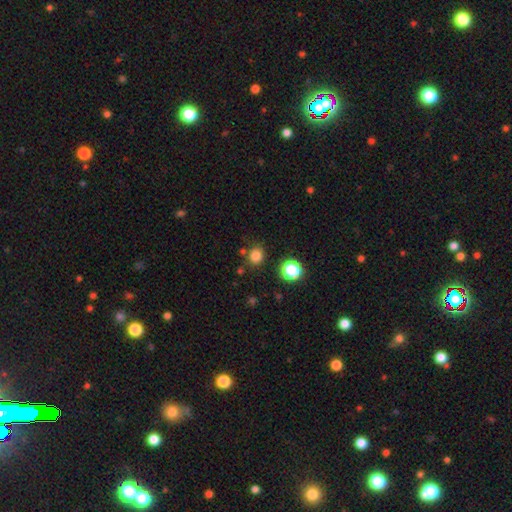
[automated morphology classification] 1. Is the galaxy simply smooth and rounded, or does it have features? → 80% smooth, 15% star or artifact, 4% featured or disk.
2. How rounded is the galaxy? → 80% round, 19% in between, 1% cigar-shaped.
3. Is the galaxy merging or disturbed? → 81% none, 10% minor disturbance, 5% merger, 3% major disturbance.